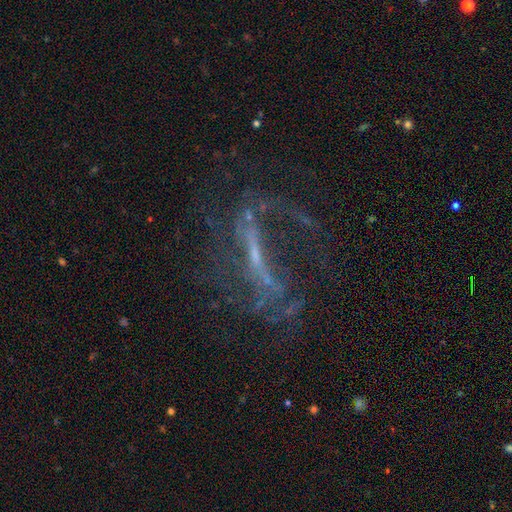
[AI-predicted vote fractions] Morphology: type=featured or disk (77%); edge-on=no (80%); bar=strong (56%); spiral arms=yes (68%); bulge=small (59%); merging=none (52%).